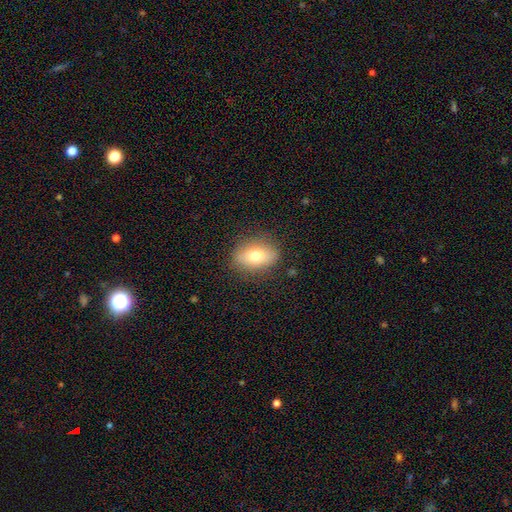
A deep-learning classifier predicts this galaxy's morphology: This is likely a smooth galaxy (71%). How rounded: likely in between (78%). Merging: clearly none (84%).